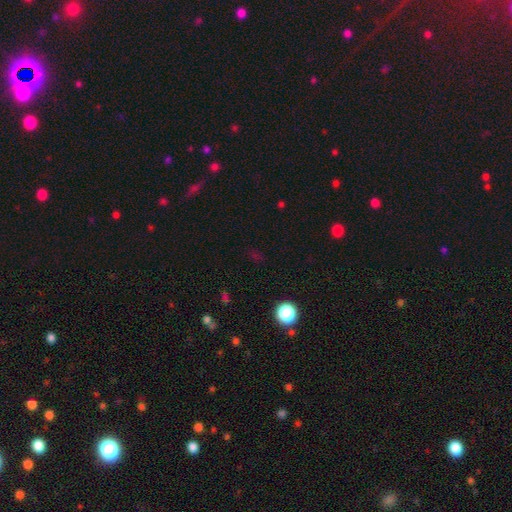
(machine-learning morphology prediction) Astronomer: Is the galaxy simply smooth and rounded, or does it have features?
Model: star or artifact — 59%.